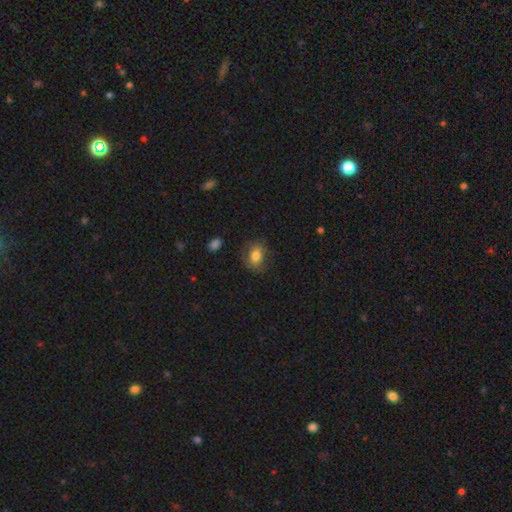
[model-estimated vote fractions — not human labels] Smooth or featured?
  - smooth: 75% *
  - featured or disk: 16%
  - star or artifact: 9%
How rounded?
  - in between: 64% *
  - round: 34%
  - cigar-shaped: 2%
Merging?
  - none: 71% *
  - minor disturbance: 20%
  - major disturbance: 8%
  - merger: 1%